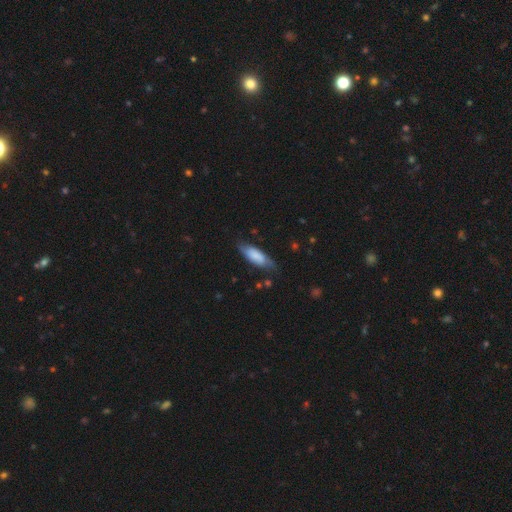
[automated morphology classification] smooth-or-featured: smooth: 73% | featured or disk: 21% | star or artifact: 6%
  how-rounded: in between: 68% | cigar-shaped: 30% | round: 2%
  merging: none: 68% | minor disturbance: 24% | major disturbance: 6% | merger: 2%